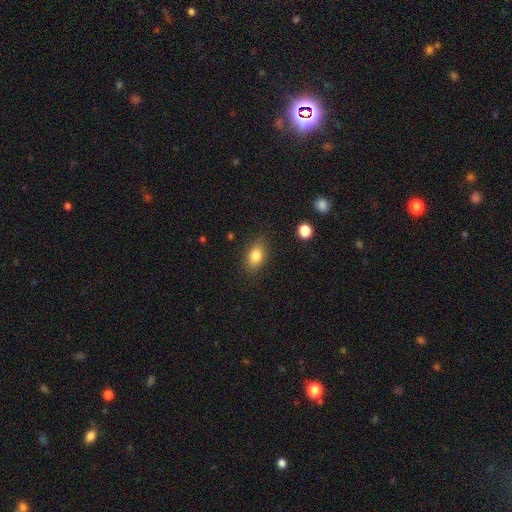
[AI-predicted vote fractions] This is clearly a smooth galaxy (83%). How rounded: clearly in between (83%). Merging: clearly none (84%).